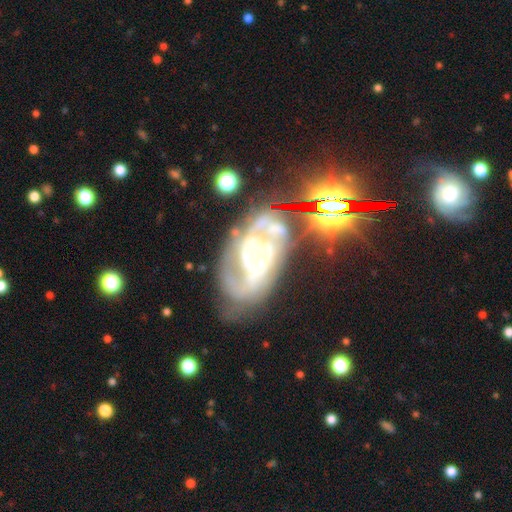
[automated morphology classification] Smooth or featured: featured or disk — 82% (star or artifact — 10%)
Edge-on disk: no — 96% (yes — 4%)
Bar: no — 46% (weak — 35%)
Spiral arms: yes — 91% (no — 9%)
Spiral winding: medium — 47% (tight — 36%)
Spiral arm count: 2 — 61% (can't tell — 19%)
Bulge size: moderate — 47% (small — 44%)
Merging: none — 53% (minor disturbance — 20%)